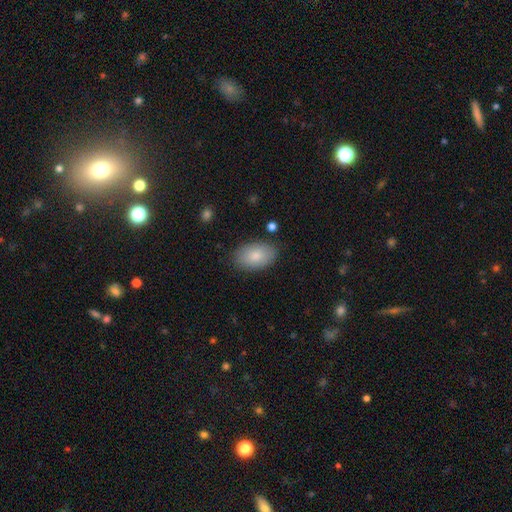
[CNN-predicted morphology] smooth_or_featured: smooth (p=0.83) [alt: featured or disk p=0.11]
how_rounded: in between (p=0.93) [alt: round p=0.06]
merging: none (p=0.84) [alt: minor disturbance p=0.12]